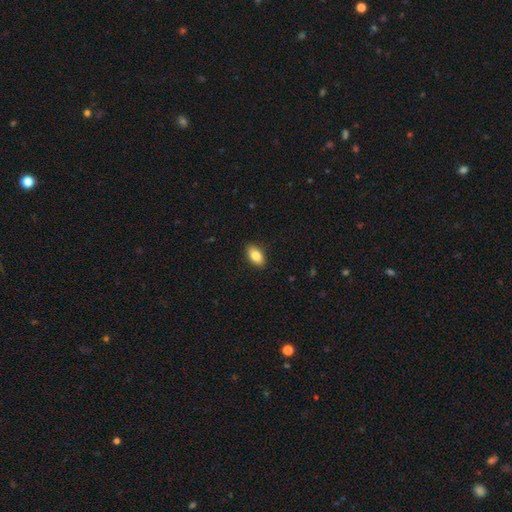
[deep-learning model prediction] Smooth or featured: smooth — 84% (featured or disk — 9%)
How rounded: in between — 91% (round — 5%)
Merging: none — 89% (minor disturbance — 8%)